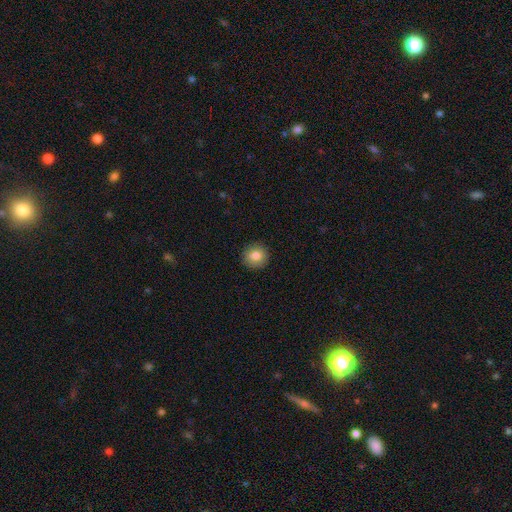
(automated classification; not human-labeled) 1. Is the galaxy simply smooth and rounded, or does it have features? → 82% smooth, 9% star or artifact, 9% featured or disk.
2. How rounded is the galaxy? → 93% round, 6% in between, 1% cigar-shaped.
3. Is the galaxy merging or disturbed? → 92% none, 5% minor disturbance, 2% major disturbance, 1% merger.